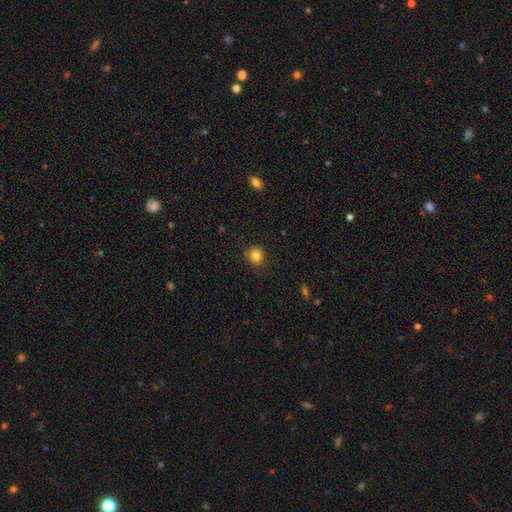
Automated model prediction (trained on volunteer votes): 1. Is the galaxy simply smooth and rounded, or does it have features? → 84% smooth, 11% star or artifact, 5% featured or disk.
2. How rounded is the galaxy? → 90% round, 9% in between, 1% cigar-shaped.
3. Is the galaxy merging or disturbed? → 87% none, 9% minor disturbance, 2% major disturbance, 1% merger.